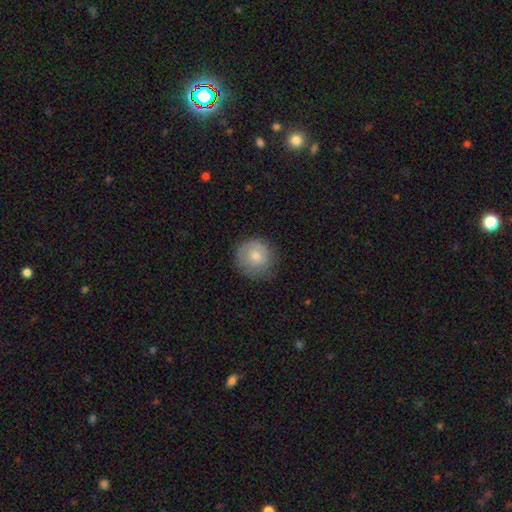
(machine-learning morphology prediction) Q: Smooth or featured?
A: smooth (74%); runner-up: featured or disk (19%)
Q: How rounded?
A: round (92%); runner-up: in between (7%)
Q: Merging?
A: none (72%); runner-up: minor disturbance (20%)